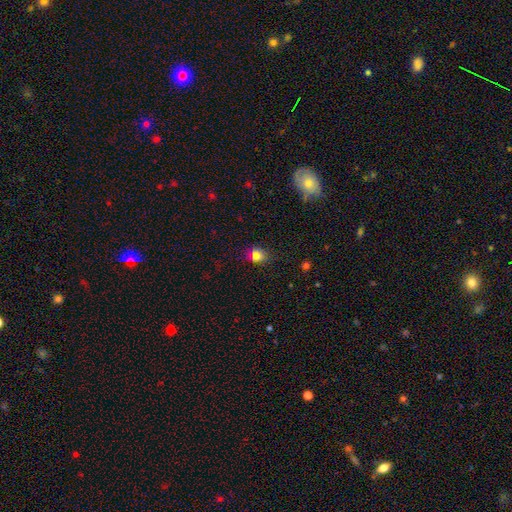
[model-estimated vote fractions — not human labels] Smooth or featured?
  - smooth: 79% *
  - star or artifact: 15%
  - featured or disk: 6%
How rounded?
  - round: 55% *
  - in between: 44%
  - cigar-shaped: 1%
Merging?
  - none: 77% *
  - minor disturbance: 16%
  - major disturbance: 4%
  - merger: 3%